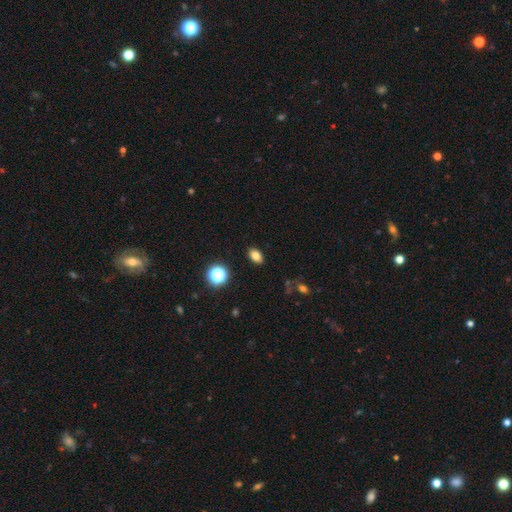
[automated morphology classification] Overall: smooth (80%). How rounded: in between (82%). Merging: none (88%).